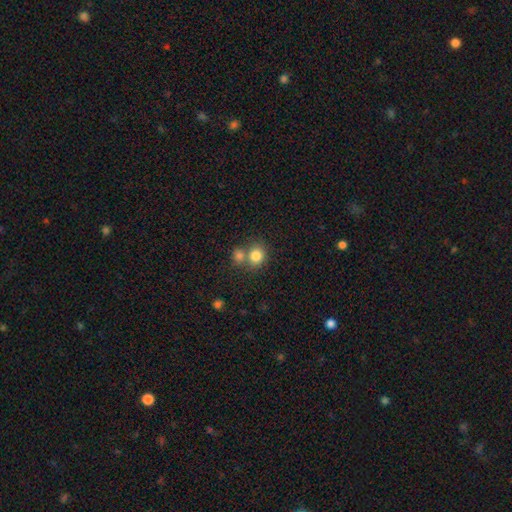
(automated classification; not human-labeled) smooth 82%, star or artifact 11%, featured or disk 7%. Down the decision tree: how rounded — round (79%); merging — none (52%).